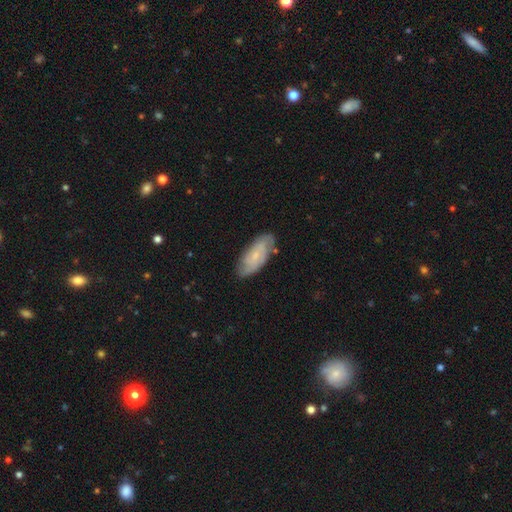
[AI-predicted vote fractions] Smooth or featured? Predicted: featured or disk (p=0.63). Edge-on disk? Predicted: no (p=0.91). Bar? Predicted: no (p=0.62). Spiral arms? Predicted: yes (p=0.89). Spiral winding? Predicted: tight (p=0.51). Spiral arm count? Predicted: 2 (p=0.44). Bulge size? Predicted: small (p=0.74). Merging? Predicted: none (p=0.78).